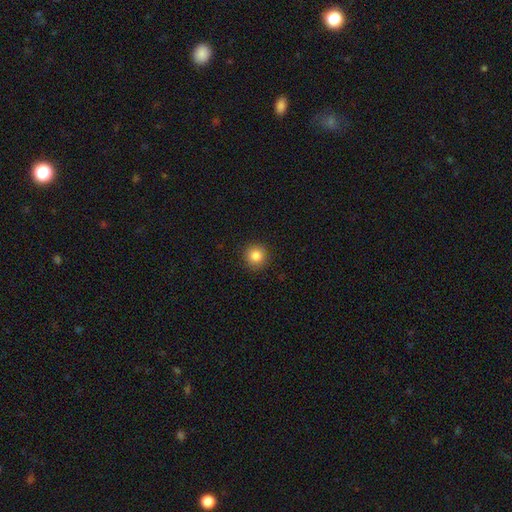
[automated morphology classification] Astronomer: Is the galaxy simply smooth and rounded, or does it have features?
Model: smooth — 85%.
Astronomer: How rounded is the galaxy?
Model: round — 94%.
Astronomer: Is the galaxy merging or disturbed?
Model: none — 90%.